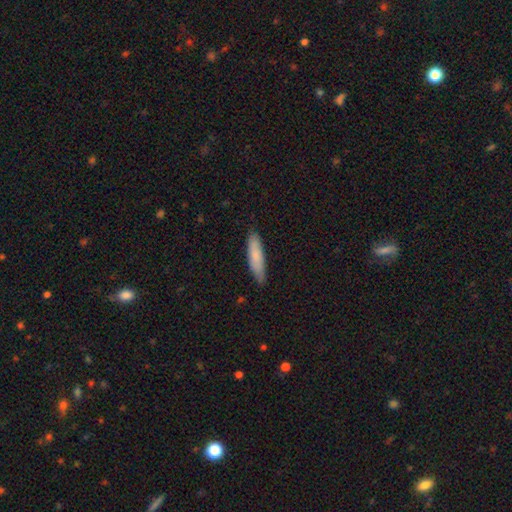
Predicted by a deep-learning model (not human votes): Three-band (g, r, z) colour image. It shows a smooth galaxy with no disk features (79%) that is cigar-shaped (78%). Merging: none (84%).